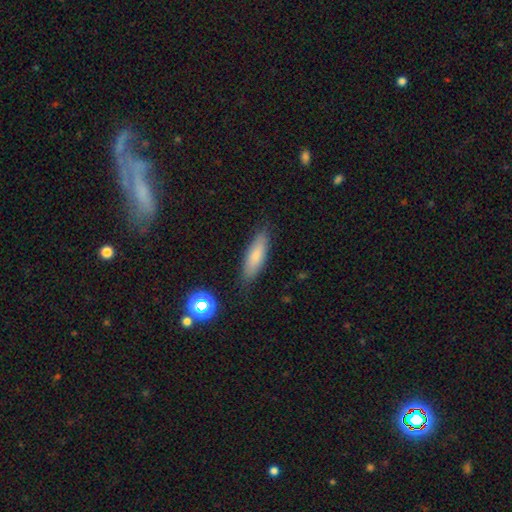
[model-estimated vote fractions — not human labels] smooth_or_featured: smooth (p=0.76) [alt: featured or disk p=0.16]
how_rounded: cigar-shaped (p=0.56) [alt: in between p=0.42]
merging: none (p=0.83) [alt: minor disturbance p=0.13]